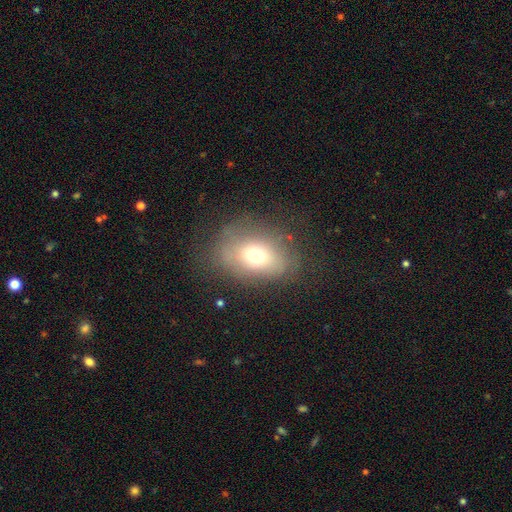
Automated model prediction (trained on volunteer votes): A smooth galaxy with no disk features (66%) that is in between round and cigar-shaped (67%). Merging: none (64%).